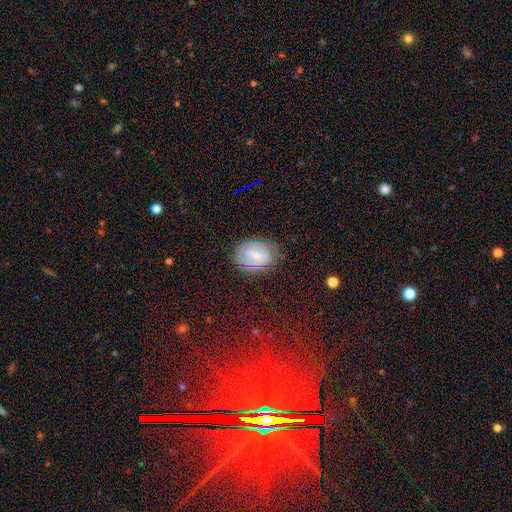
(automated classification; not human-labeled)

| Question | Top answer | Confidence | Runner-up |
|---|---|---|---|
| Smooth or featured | smooth | 49% | featured or disk (38%) |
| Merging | none | 73% | minor disturbance (19%) |